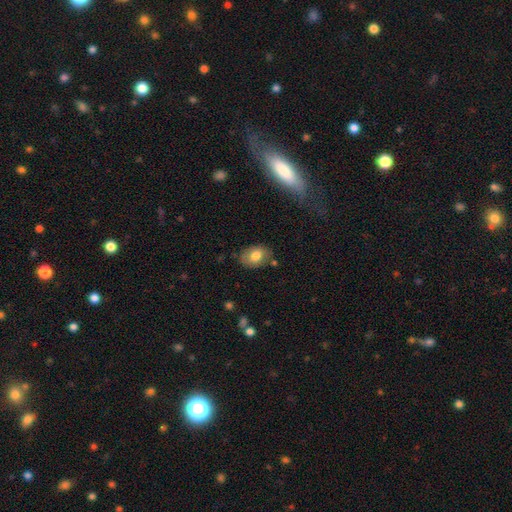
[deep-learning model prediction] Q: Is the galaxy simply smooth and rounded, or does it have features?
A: smooth — 75%.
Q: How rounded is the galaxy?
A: in between — 78%.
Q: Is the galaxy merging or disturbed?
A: none — 76%.